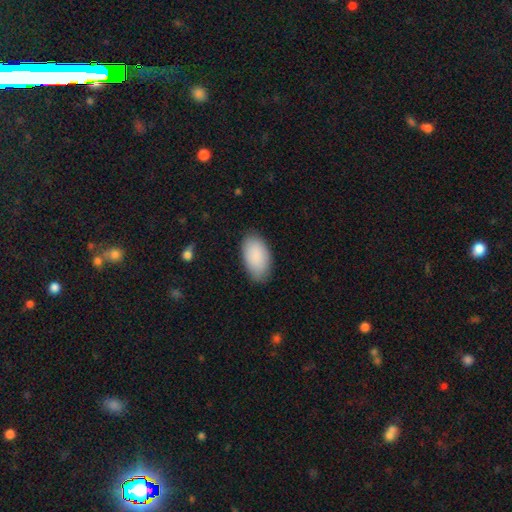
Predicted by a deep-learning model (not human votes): Smooth or featured? smooth (89%)
How rounded? in between (95%)
Merging? none (82%)